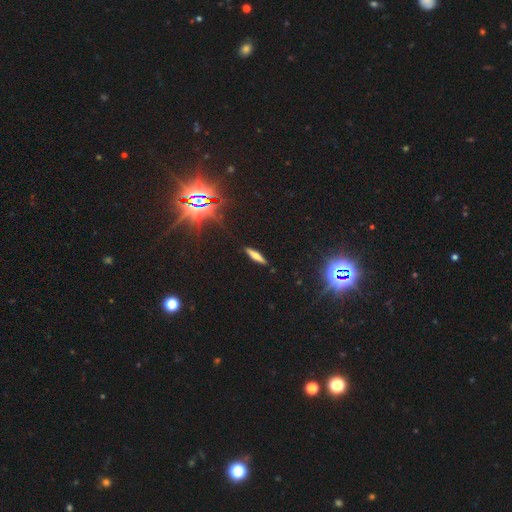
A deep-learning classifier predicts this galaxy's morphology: Smooth or featured?
  - smooth: 55% *
  - featured or disk: 29%
  - star or artifact: 16%
How rounded?
  - cigar-shaped: 80% *
  - in between: 17%
  - round: 2%
Merging?
  - none: 88% *
  - minor disturbance: 8%
  - major disturbance: 2%
  - merger: 1%